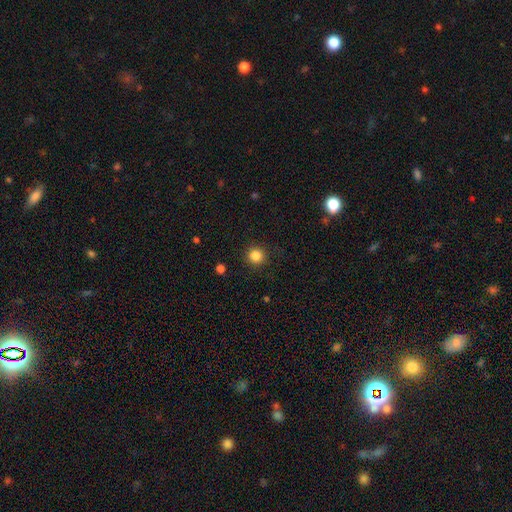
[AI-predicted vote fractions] Q: Smooth or featured?
A: smooth (85%); runner-up: star or artifact (11%)
Q: How rounded?
A: round (94%); runner-up: in between (5%)
Q: Merging?
A: none (91%); runner-up: minor disturbance (6%)